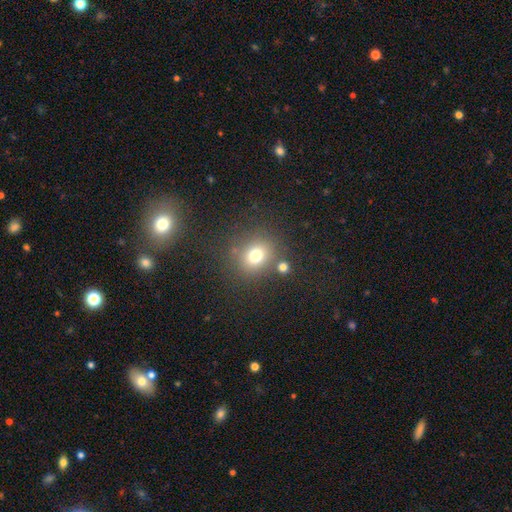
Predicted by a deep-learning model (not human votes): Smooth or featured?
  - smooth: 74% *
  - star or artifact: 16%
  - featured or disk: 10%
How rounded?
  - round: 76% *
  - in between: 23%
  - cigar-shaped: 1%
Merging?
  - none: 74% *
  - minor disturbance: 11%
  - merger: 10%
  - major disturbance: 5%